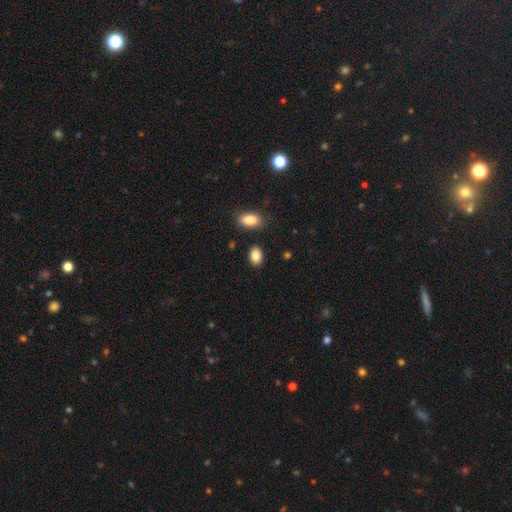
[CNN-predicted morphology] smooth_or_featured: smooth (p=0.88) [alt: star or artifact p=0.08]
how_rounded: in between (p=0.83) [alt: round p=0.16]
merging: none (p=0.86) [alt: minor disturbance p=0.09]